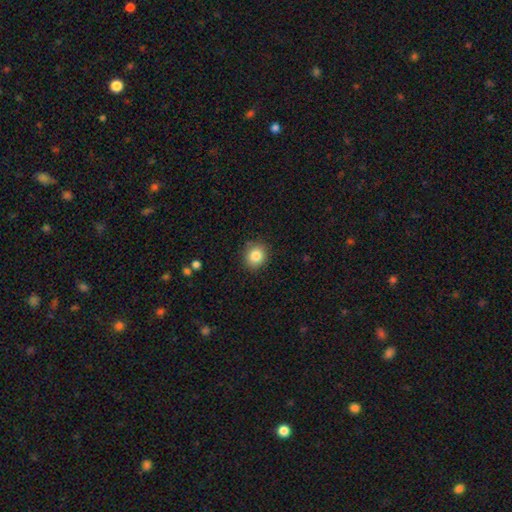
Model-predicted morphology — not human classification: smooth_or_featured: smooth (p=0.84) [alt: star or artifact p=0.10]
how_rounded: round (p=0.78) [alt: in between p=0.21]
merging: none (p=0.86) [alt: minor disturbance p=0.10]